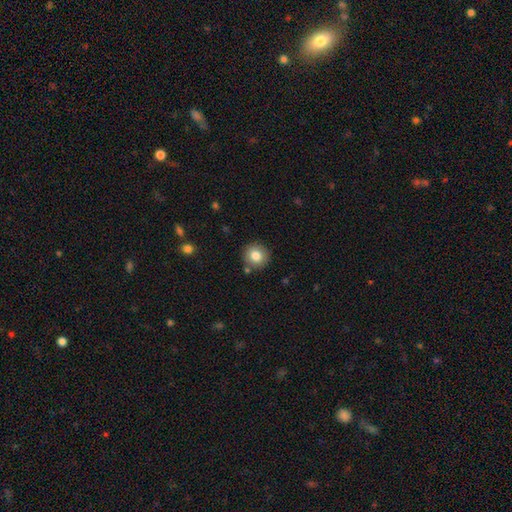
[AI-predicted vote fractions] Smooth or featured: smooth — 82% (star or artifact — 9%)
How rounded: round — 91% (in between — 8%)
Merging: none — 85% (minor disturbance — 9%)